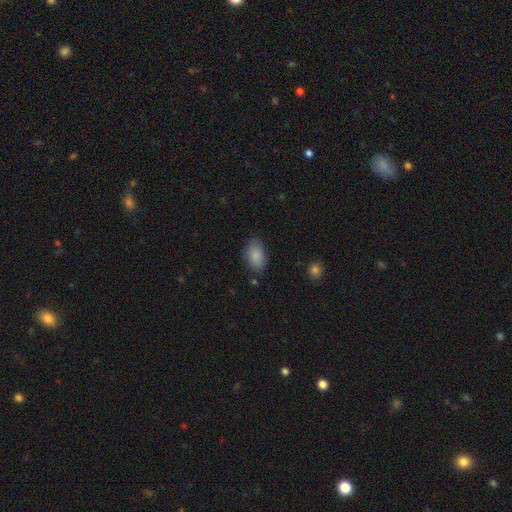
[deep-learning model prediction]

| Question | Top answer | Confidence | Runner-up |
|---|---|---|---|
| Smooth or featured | smooth | 87% | star or artifact (7%) |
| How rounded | in between | 92% | round (6%) |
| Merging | none | 79% | minor disturbance (15%) |